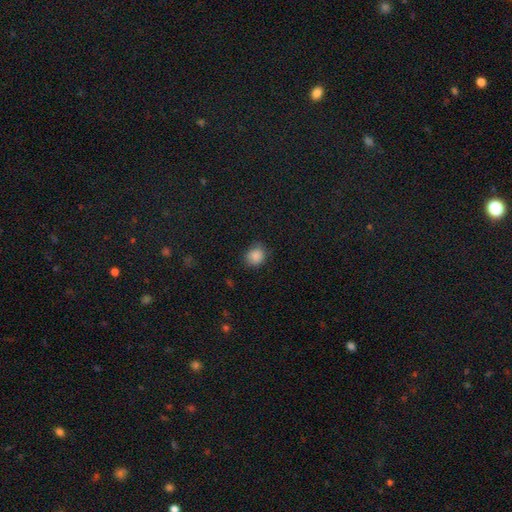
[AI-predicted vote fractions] Overall: smooth (86%). How rounded: round (76%). Merging: none (74%).